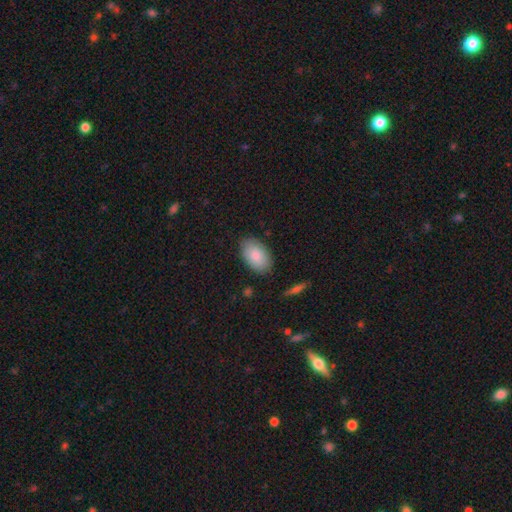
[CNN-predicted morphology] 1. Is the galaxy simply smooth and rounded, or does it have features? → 86% smooth, 8% featured or disk, 6% star or artifact.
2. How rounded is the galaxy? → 94% in between, 5% round, 1% cigar-shaped.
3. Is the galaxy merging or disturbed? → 85% none, 11% minor disturbance, 3% major disturbance, 1% merger.